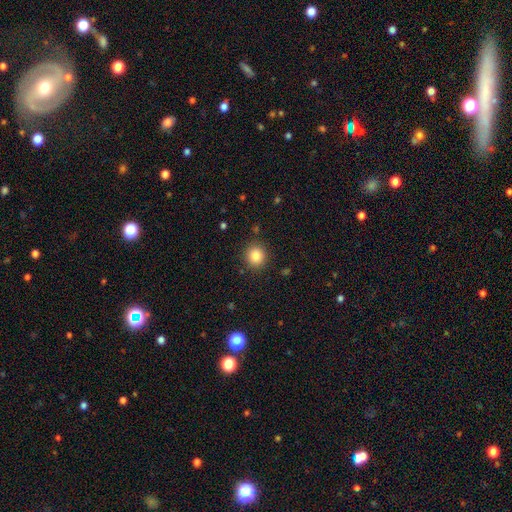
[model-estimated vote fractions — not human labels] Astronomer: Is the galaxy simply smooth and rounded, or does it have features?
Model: smooth — 84%.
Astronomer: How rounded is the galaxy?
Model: round — 87%.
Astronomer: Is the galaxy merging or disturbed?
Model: none — 89%.